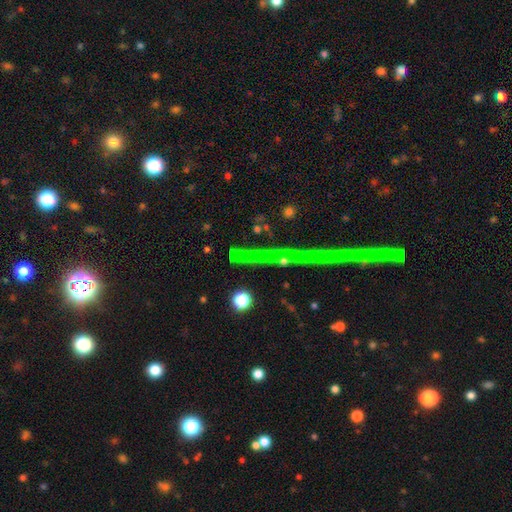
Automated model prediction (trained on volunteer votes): This appears to be a star or artifact, not a galaxy (58%).